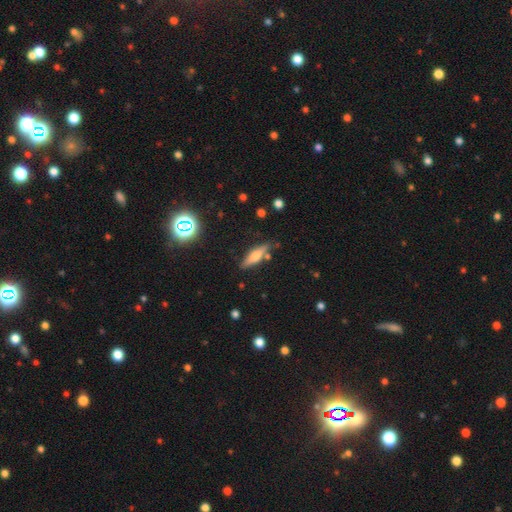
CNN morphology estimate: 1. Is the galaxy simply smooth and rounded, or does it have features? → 48% featured or disk, 43% smooth, 9% star or artifact.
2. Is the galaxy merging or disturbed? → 79% none, 12% minor disturbance, 5% merger, 3% major disturbance.